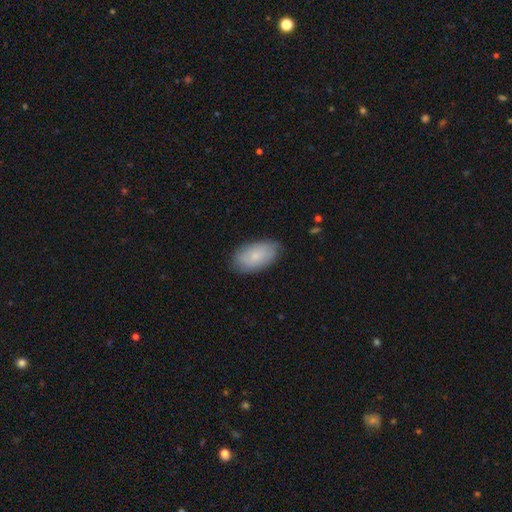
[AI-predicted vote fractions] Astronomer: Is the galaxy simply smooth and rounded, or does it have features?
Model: smooth — 73%.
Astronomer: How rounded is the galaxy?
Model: in between — 94%.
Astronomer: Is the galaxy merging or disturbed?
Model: none — 79%.